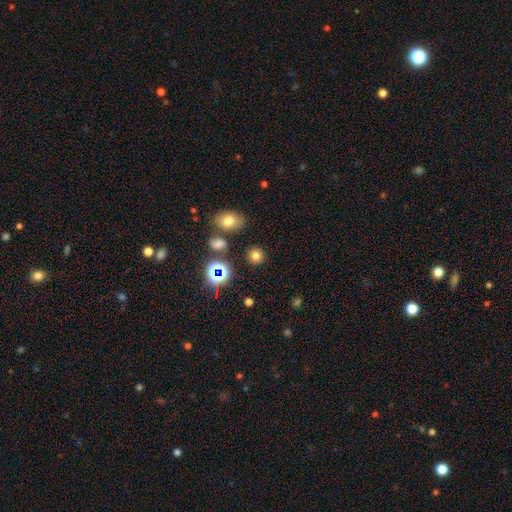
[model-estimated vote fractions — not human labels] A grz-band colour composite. It shows a smooth galaxy with no disk features (74%) that is round (87%). Merging: none (87%).